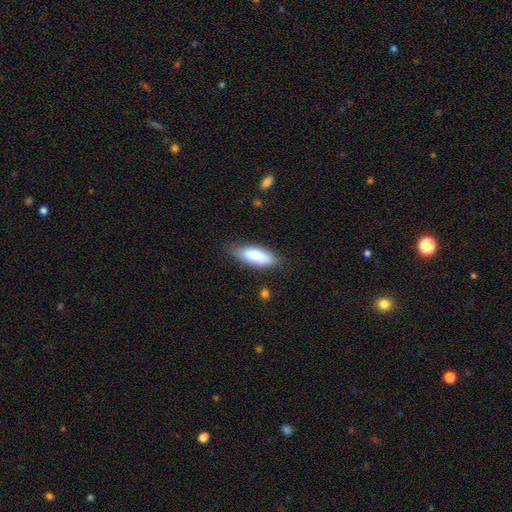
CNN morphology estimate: The model was most divided on "merging": none: 72%, minor disturbance: 22%, major disturbance: 4%, merger: 2%. More confident: smooth or featured — smooth (80%); how rounded — in between (77%).